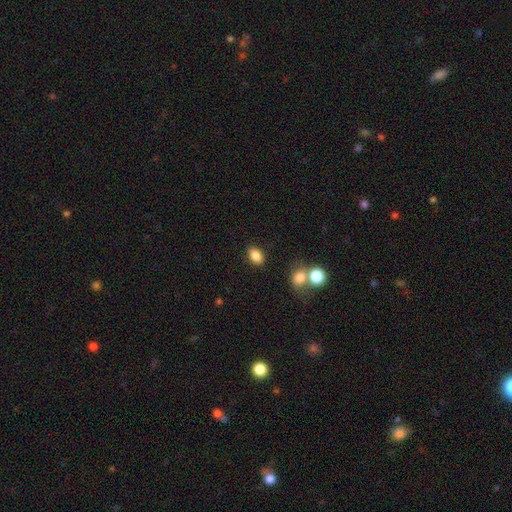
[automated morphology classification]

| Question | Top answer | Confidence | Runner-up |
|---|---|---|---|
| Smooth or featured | smooth | 85% | star or artifact (9%) |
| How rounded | in between | 86% | round (12%) |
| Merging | none | 83% | minor disturbance (9%) |